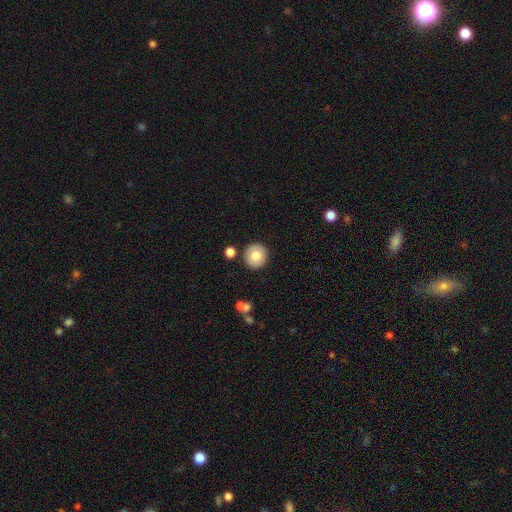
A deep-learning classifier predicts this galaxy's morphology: The model was most divided on "smooth or featured": smooth: 78%, featured or disk: 14%, star or artifact: 8%. More confident: how rounded — round (93%); merging — none (89%).